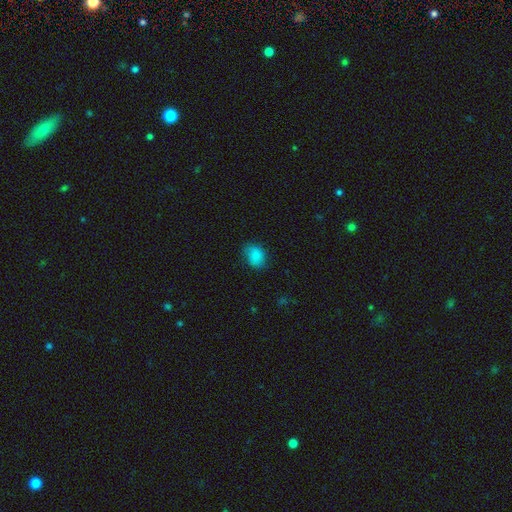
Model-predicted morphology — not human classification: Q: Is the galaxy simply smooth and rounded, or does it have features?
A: smooth — 85%.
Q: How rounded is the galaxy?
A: in between — 65%.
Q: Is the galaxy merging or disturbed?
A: none — 74%.